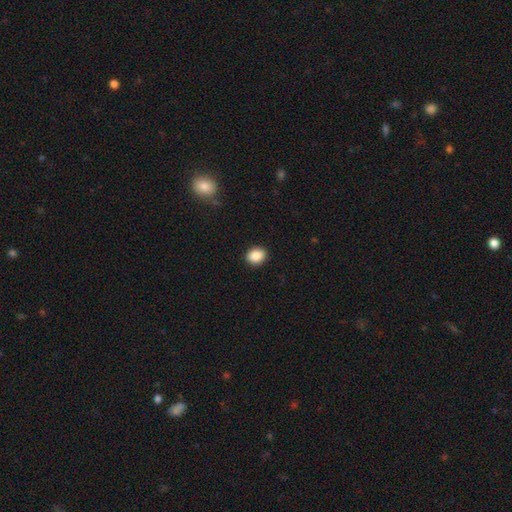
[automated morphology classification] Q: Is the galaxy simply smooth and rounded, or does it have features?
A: smooth — 88%.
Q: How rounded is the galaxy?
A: round — 55%.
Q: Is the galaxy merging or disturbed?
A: none — 91%.